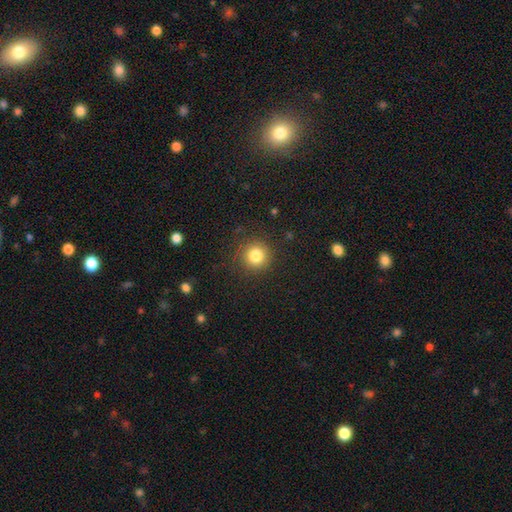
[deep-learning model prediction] Q: Smooth or featured?
A: smooth (83%); runner-up: star or artifact (12%)
Q: How rounded?
A: round (94%); runner-up: in between (5%)
Q: Merging?
A: none (88%); runner-up: minor disturbance (7%)